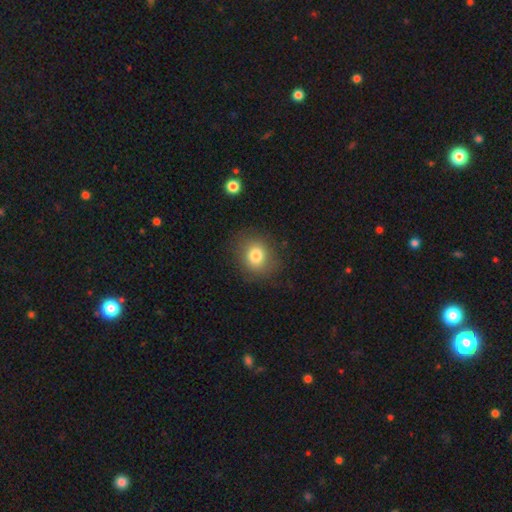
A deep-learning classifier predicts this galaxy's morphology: Smooth or featured: smooth — 80% (star or artifact — 10%)
How rounded: round — 73% (in between — 26%)
Merging: none — 82% (minor disturbance — 12%)